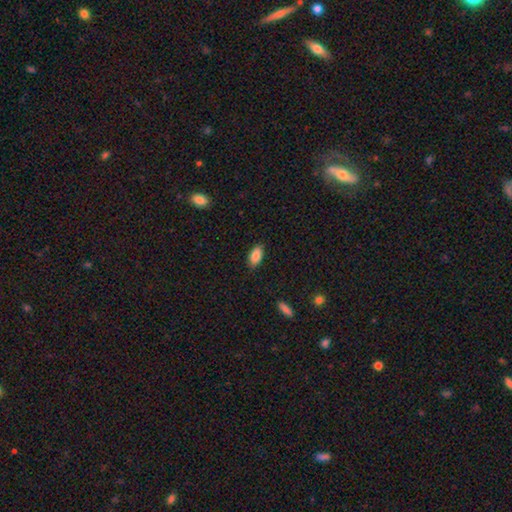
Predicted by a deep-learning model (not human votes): Smooth or featured? smooth (86%)
How rounded? in between (91%)
Merging? none (86%)